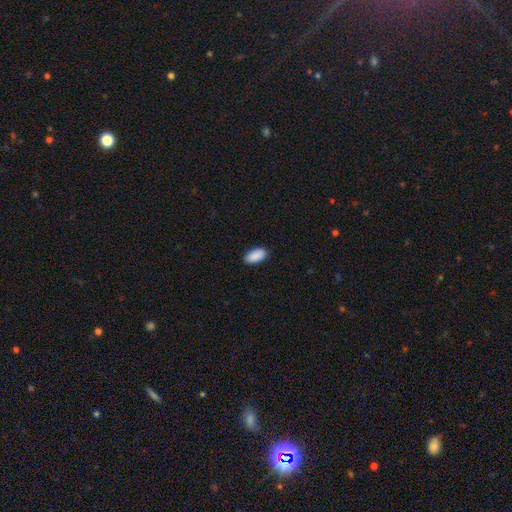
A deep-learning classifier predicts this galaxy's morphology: smooth 91%, star or artifact 6%, featured or disk 3%. Down the decision tree: how rounded — in between (94%); merging — none (89%).